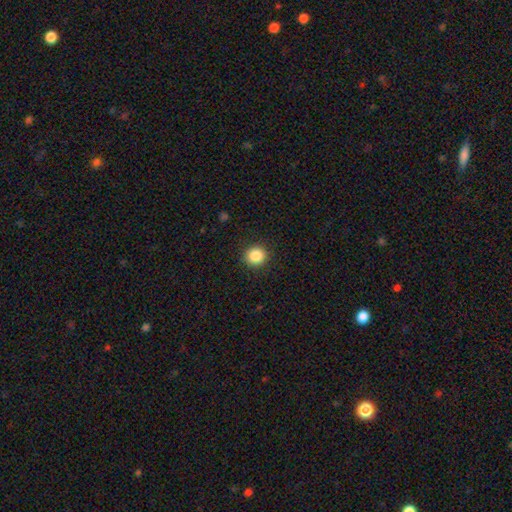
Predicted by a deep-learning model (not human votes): smooth-or-featured: smooth: 86% | star or artifact: 10% | featured or disk: 4%
  how-rounded: round: 90% | in between: 9% | cigar-shaped: 1%
  merging: none: 91% | minor disturbance: 6% | major disturbance: 2% | merger: 1%